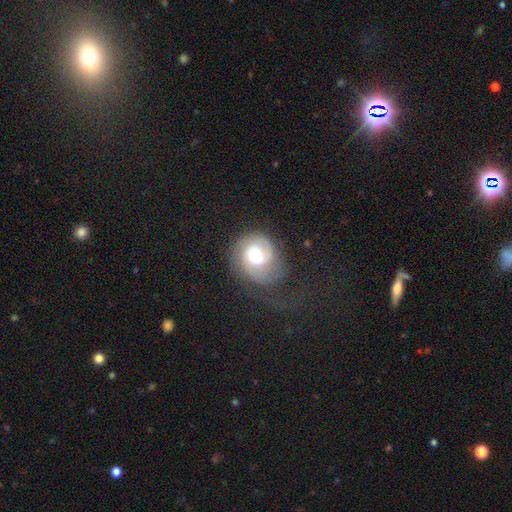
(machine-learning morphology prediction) Smooth or featured?
  - featured or disk: 67% *
  - smooth: 26%
  - star or artifact: 7%
Edge-on disk?
  - no: 98% *
  - yes: 2%
Bar?
  - no: 52% *
  - weak: 41%
  - strong: 8%
Spiral arms?
  - yes: 91% *
  - no: 9%
Spiral winding?
  - tight: 43% *
  - medium: 38%
  - loose: 18%
Spiral arm count?
  - 2: 48% *
  - 1: 26%
  - can't tell: 16%
  - 3: 6%
  - 4: 2%
  - more than 4: 2%
Bulge size?
  - moderate: 54% *
  - large: 28%
  - small: 12%
  - dominant: 4%
  - none: 2%
Merging?
  - none: 43% *
  - major disturbance: 32%
  - minor disturbance: 23%
  - merger: 2%